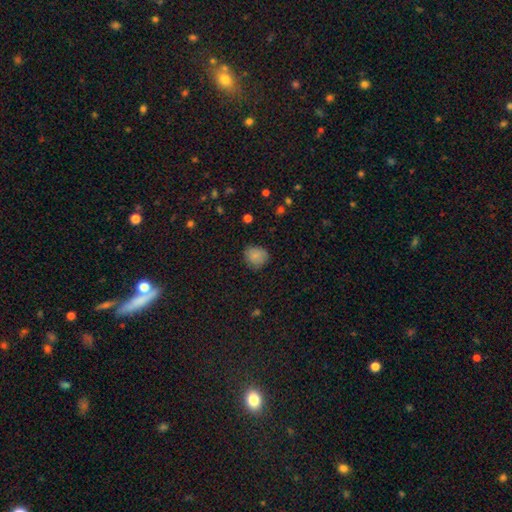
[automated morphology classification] Overall: smooth (82%). How rounded: round (76%). Merging: none (76%).